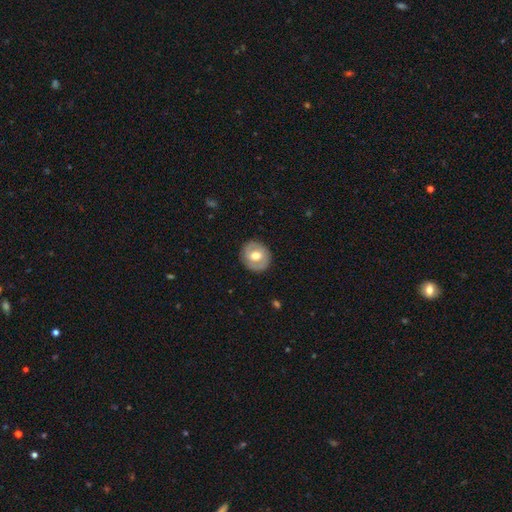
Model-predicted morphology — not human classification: smooth_or_featured: featured or disk (p=0.54) [alt: smooth p=0.39]
disk_edge_on: no (p=0.96) [alt: yes p=0.04]
bar: no (p=0.50) [alt: weak p=0.39]
has_spiral_arms: yes (p=0.62) [alt: no p=0.38]
bulge_size: moderate (p=0.75) [alt: large p=0.15]
merging: none (p=0.86) [alt: minor disturbance p=0.10]